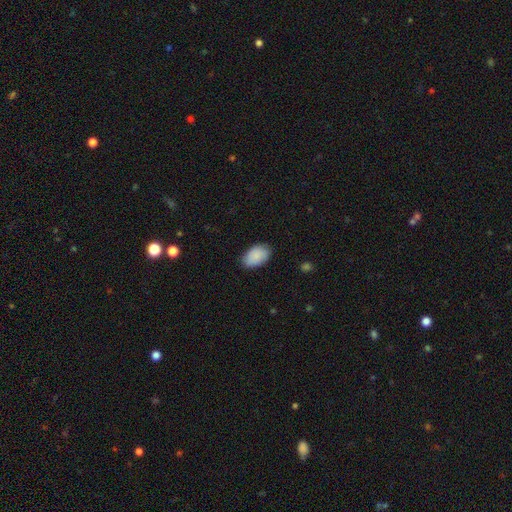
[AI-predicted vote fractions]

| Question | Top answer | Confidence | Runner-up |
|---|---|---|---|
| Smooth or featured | smooth | 89% | star or artifact (6%) |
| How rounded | in between | 92% | round (7%) |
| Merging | none | 83% | minor disturbance (14%) |